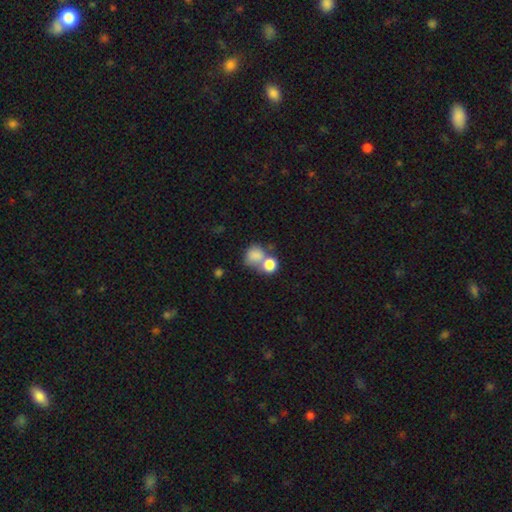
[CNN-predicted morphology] Smooth or featured? smooth (80%)
How rounded? round (66%)
Merging? merger (52%)